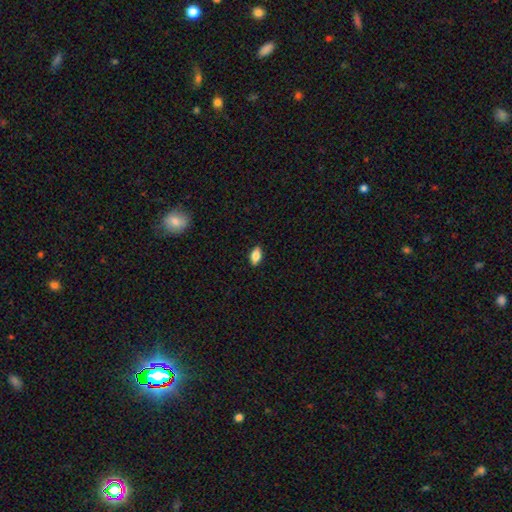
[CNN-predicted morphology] Smooth or featured? smooth (80%)
How rounded? in between (88%)
Merging? none (88%)